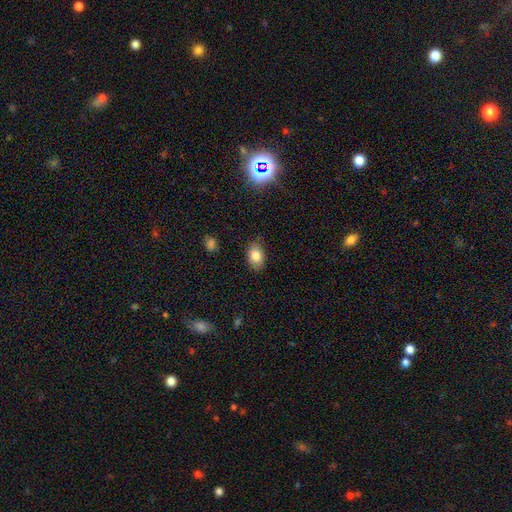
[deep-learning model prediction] smooth_or_featured: smooth (p=0.83) [alt: featured or disk p=0.09]
how_rounded: in between (p=0.84) [alt: round p=0.14]
merging: none (p=0.83) [alt: minor disturbance p=0.13]